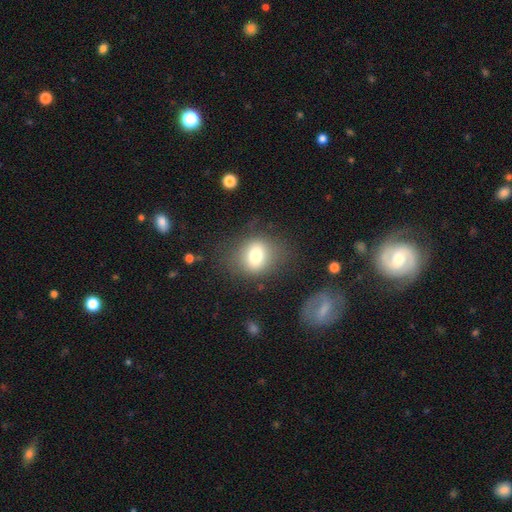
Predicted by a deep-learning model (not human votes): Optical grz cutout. It shows a smooth galaxy with no disk features (73%) that is round (62%). Merging: none (71%).